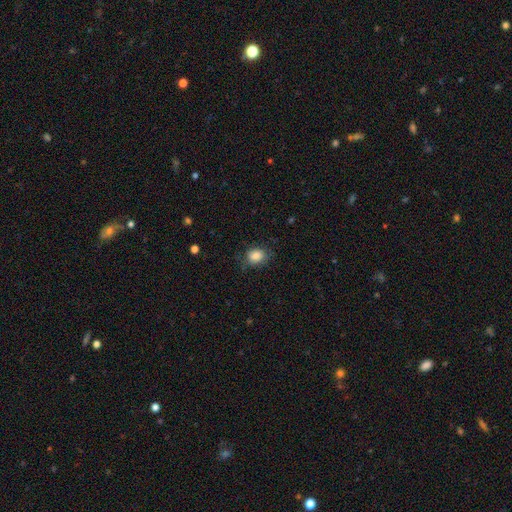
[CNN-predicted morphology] Q: Smooth or featured?
A: smooth (86%); runner-up: star or artifact (9%)
Q: How rounded?
A: in between (54%); runner-up: round (45%)
Q: Merging?
A: none (72%); runner-up: minor disturbance (21%)